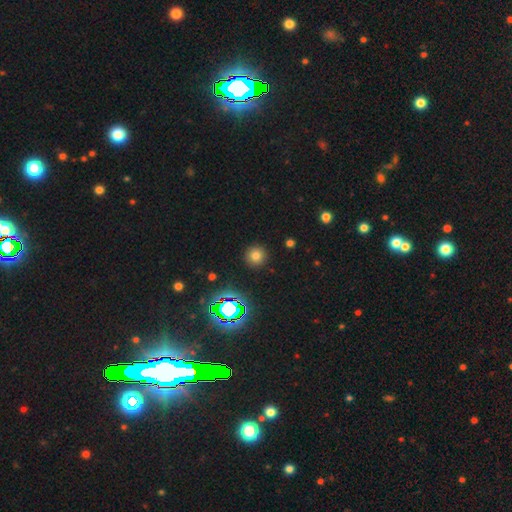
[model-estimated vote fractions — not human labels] This is likely a smooth galaxy (73%). How rounded: clearly round (95%). Merging: clearly none (91%).